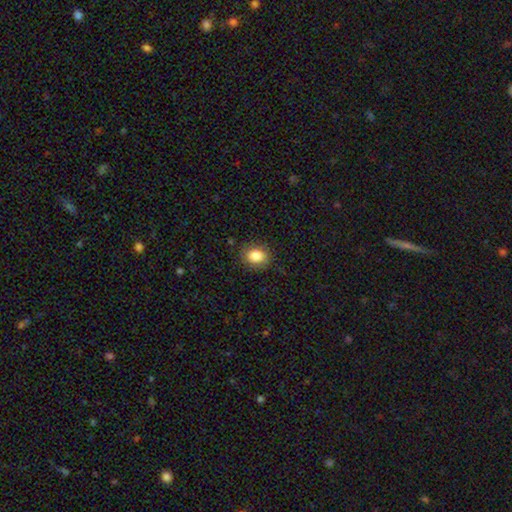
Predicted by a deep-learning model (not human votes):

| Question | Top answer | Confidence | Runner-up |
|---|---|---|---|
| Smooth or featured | smooth | 84% | star or artifact (9%) |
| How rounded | in between | 53% | round (46%) |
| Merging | none | 84% | minor disturbance (12%) |